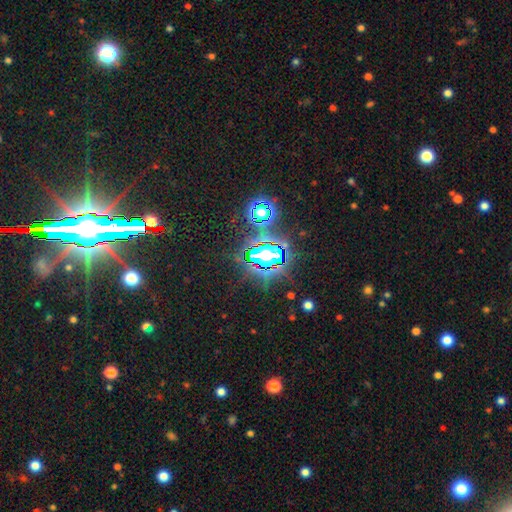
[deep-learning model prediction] smooth_or_featured: star or artifact (p=0.84) [alt: smooth p=0.08]